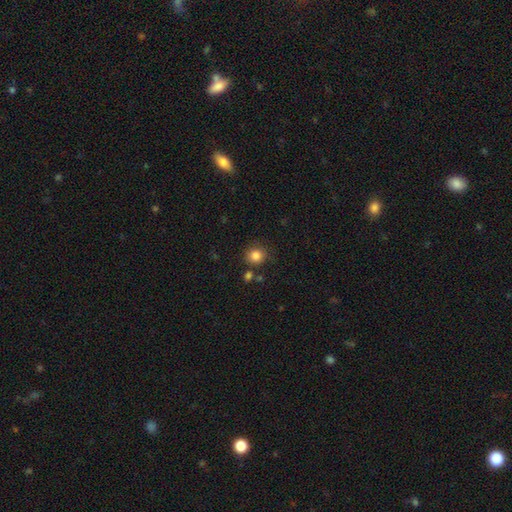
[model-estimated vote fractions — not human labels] This appears to be a smooth galaxy with no disk features (84%) that is round (88%). Merging: none (80%).